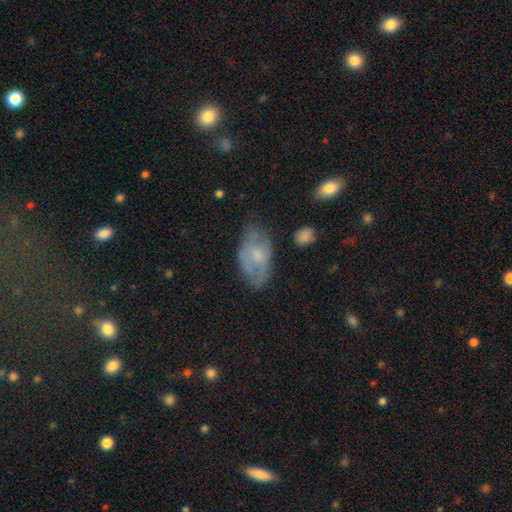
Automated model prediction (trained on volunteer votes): Overall: smooth (56%; featured or disk 37%). How rounded: in between (93%). Merging: none (57%; minor disturbance 30%).